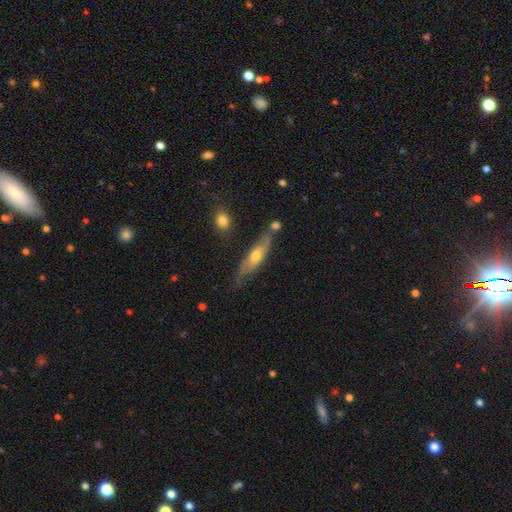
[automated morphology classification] Smooth or featured? Predicted: featured or disk (p=0.52). Edge-on disk? Predicted: yes (p=0.62). Merging? Predicted: none (p=0.62).